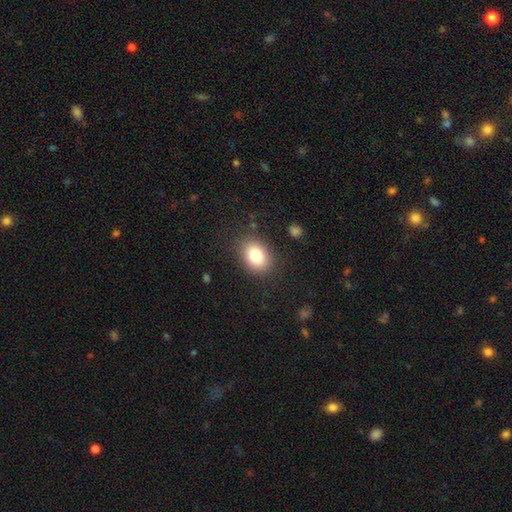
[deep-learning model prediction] Smooth or featured? Predicted: smooth (p=0.80). How rounded? Predicted: in between (p=0.65). Merging? Predicted: none (p=0.85).